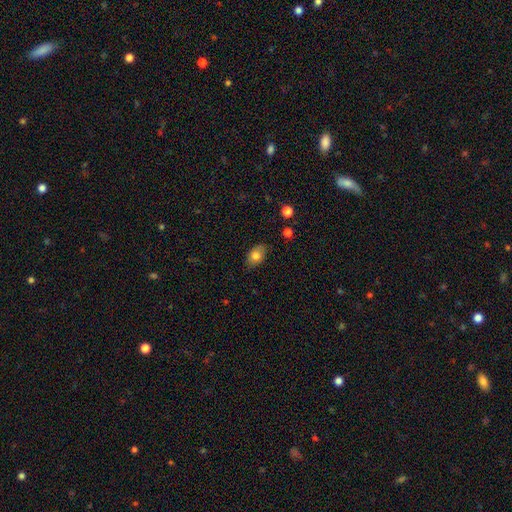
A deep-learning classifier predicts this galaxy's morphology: Smooth or featured? Predicted: smooth (p=0.78). How rounded? Predicted: in between (p=0.86). Merging? Predicted: none (p=0.83).